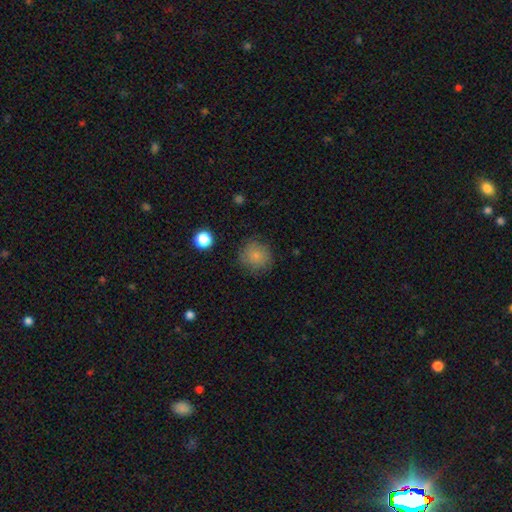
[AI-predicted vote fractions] smooth 81%, star or artifact 10%, featured or disk 9%. Down the decision tree: how rounded — round (89%); merging — none (80%).